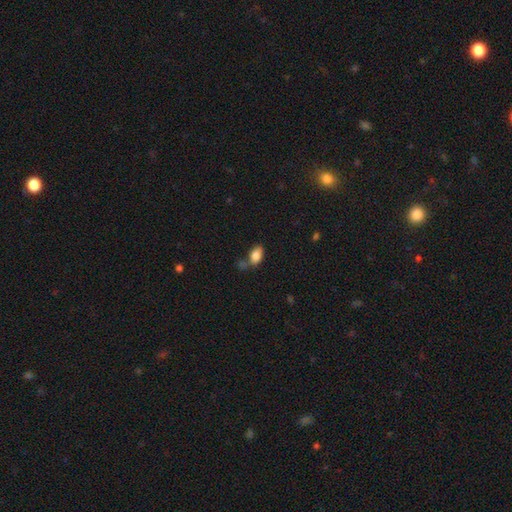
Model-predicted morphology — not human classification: This is clearly a smooth galaxy (84%). How rounded: clearly in between (90%). Merging: possibly none (57%).